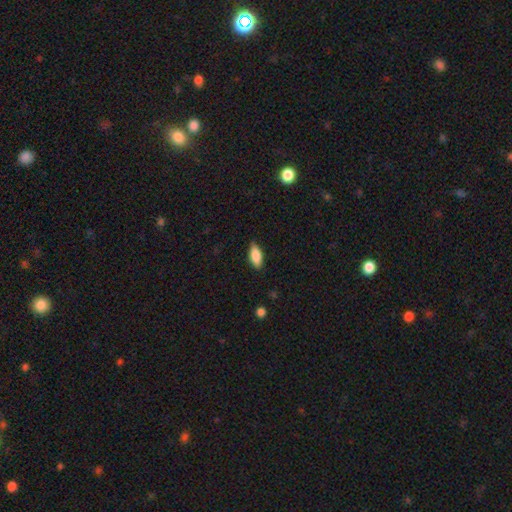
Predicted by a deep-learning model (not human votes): smooth_or_featured: smooth (p=0.84) [alt: featured or disk p=0.10]
how_rounded: in between (p=0.82) [alt: cigar-shaped p=0.16]
merging: none (p=0.82) [alt: minor disturbance p=0.15]